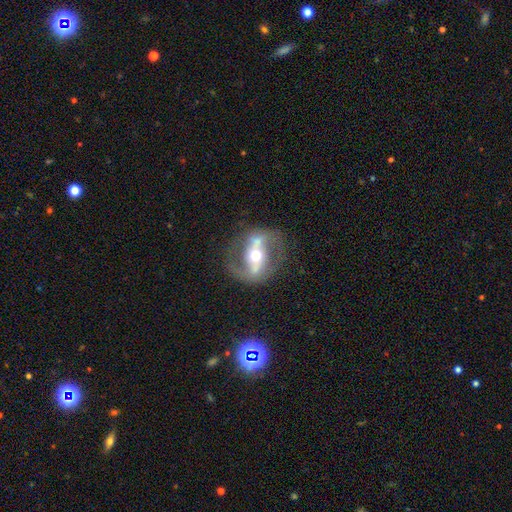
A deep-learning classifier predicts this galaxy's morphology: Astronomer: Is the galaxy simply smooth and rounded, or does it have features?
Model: featured or disk — 80%.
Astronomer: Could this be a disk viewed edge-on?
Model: no — 90%.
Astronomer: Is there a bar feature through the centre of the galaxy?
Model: strong — 59%.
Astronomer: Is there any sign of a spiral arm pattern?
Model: yes — 66%.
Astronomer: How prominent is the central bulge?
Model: moderate — 72%.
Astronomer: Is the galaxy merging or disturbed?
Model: none — 75%.